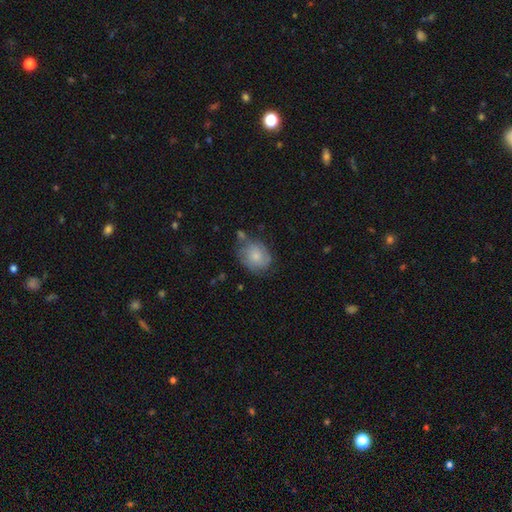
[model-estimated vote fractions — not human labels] This is likely a smooth galaxy (68%). How rounded: possibly round (53%). Merging: possibly none (55%).